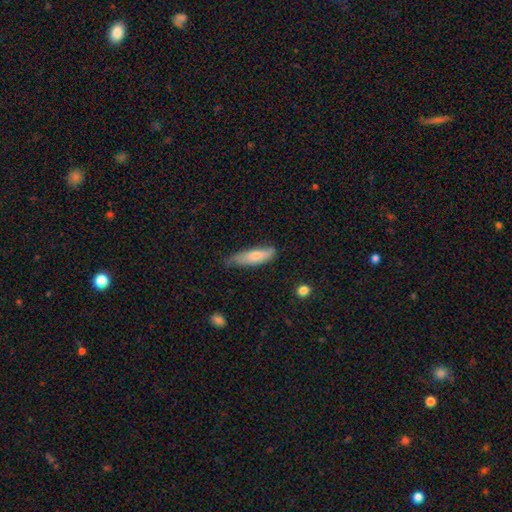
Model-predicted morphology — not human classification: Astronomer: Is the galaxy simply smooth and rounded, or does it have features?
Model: smooth — 75%.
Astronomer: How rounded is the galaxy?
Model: cigar-shaped — 55% (runner-up: in between, 43%).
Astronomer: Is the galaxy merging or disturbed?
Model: none — 54% (runner-up: minor disturbance, 37%).